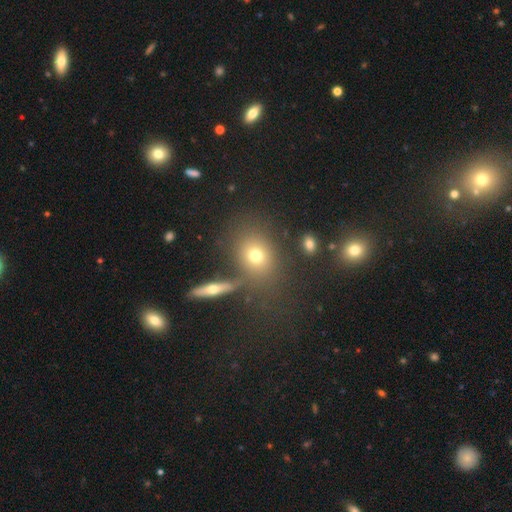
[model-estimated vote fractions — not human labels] Q: Smooth or featured?
A: smooth (70%); runner-up: featured or disk (15%)
Q: How rounded?
A: round (56%); runner-up: in between (41%)
Q: Merging?
A: none (70%); runner-up: merger (13%)